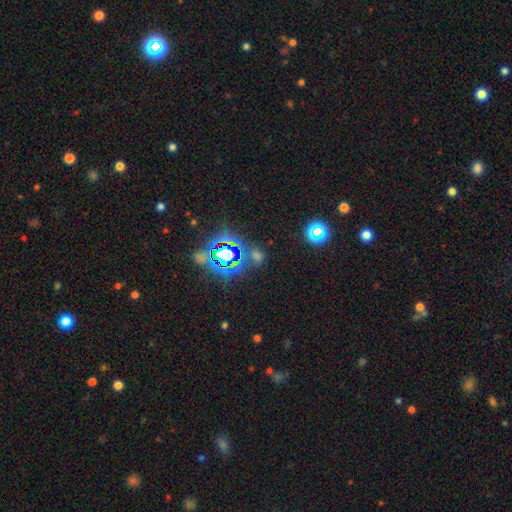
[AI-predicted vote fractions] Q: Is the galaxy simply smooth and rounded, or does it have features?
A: star or artifact — 64%.